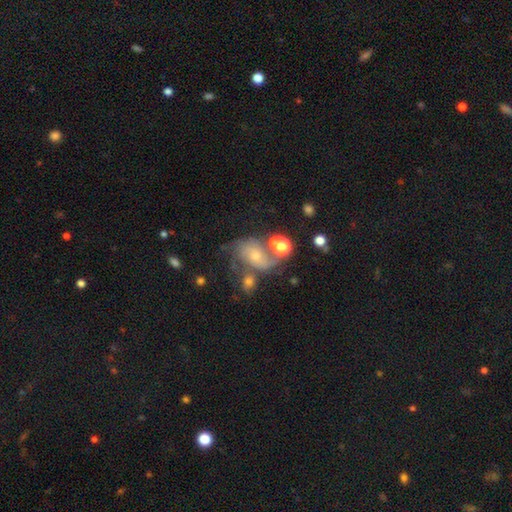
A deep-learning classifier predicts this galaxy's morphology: Overall: featured or disk (66%). Edge-on disk: no (97%). Bar: no (62%; weak 30%). Spiral arms: yes (86%). Spiral arm count: 2 (73%). Spiral winding: medium (44%; loose 39%). Bulge size: small (54%; moderate 38%). Merging: none (39%; merger 21%).